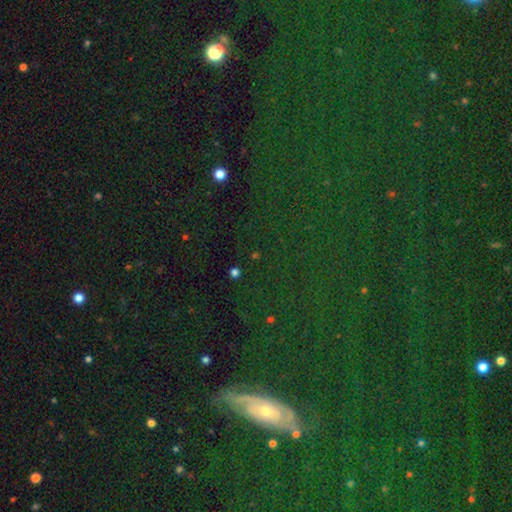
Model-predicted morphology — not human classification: This is likely a star or artifact rather than a galaxy (72%).